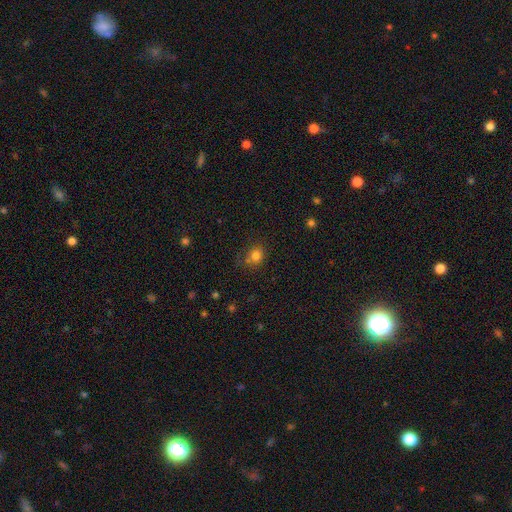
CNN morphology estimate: smooth 79%, star or artifact 14%, featured or disk 7%. Down the decision tree: how rounded — round (70%); merging — none (66%).